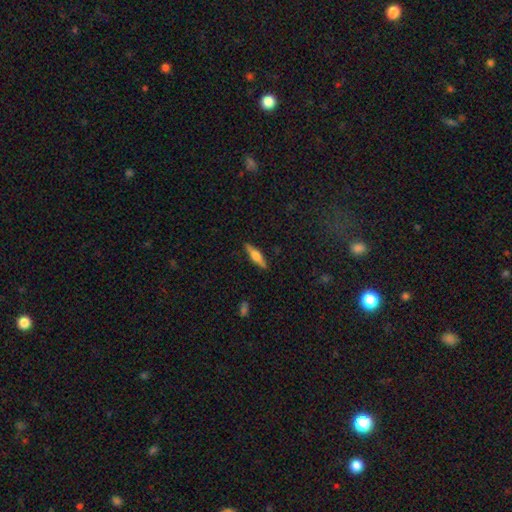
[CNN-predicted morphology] Q: Smooth or featured?
A: featured or disk (54%); runner-up: smooth (40%)
Q: Edge-on disk?
A: yes (95%); runner-up: no (5%)
Q: Edge-on bulge?
A: rounded (87%); runner-up: boxy (9%)
Q: Merging?
A: none (89%); runner-up: minor disturbance (8%)